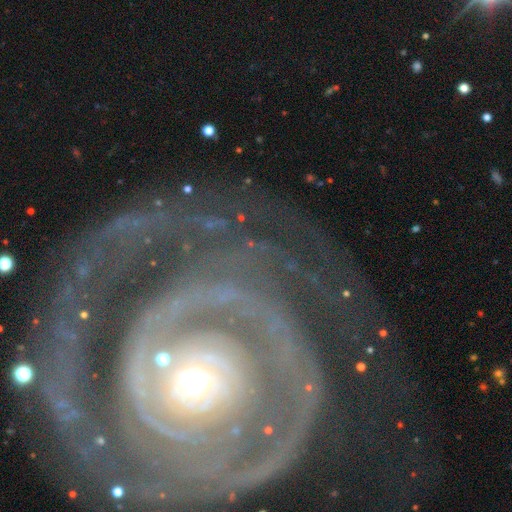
Smooth or featured?
  - featured or disk: 92% *
  - smooth: 5%
  - star or artifact: 3%
Edge-on disk?
  - no: 100% *
  - yes: 0%
Bar?
  - no: 68% *
  - strong: 18%
  - weak: 15%
Spiral arms?
  - yes: 97% *
  - no: 3%
Spiral winding?
  - tight: 88% *
  - medium: 12%
  - loose: 0%
Spiral arm count?
  - 1: 58% *
  - 2: 18%
  - can't tell: 12%
  - 3: 6%
  - 4: 6%
  - more than 4: 0%
Bulge size?
  - small: 50% *
  - moderate: 44%
  - large: 6%
  - dominant: 0%
  - none: 0%
Merging?
  - none: 67% *
  - minor disturbance: 17%
  - major disturbance: 14%
  - merger: 3%